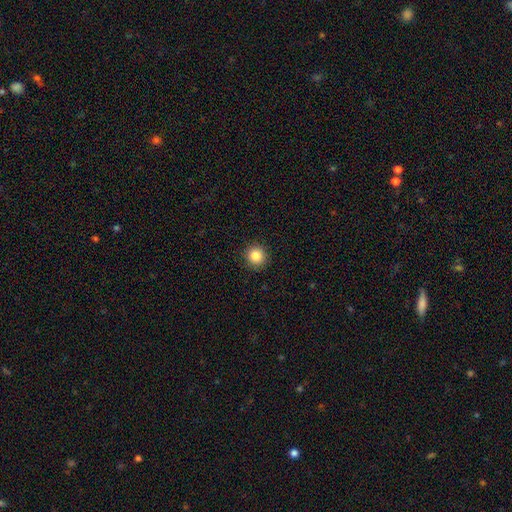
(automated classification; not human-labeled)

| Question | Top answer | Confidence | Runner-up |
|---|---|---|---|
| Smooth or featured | smooth | 86% | star or artifact (10%) |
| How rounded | round | 94% | in between (5%) |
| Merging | none | 92% | minor disturbance (5%) |